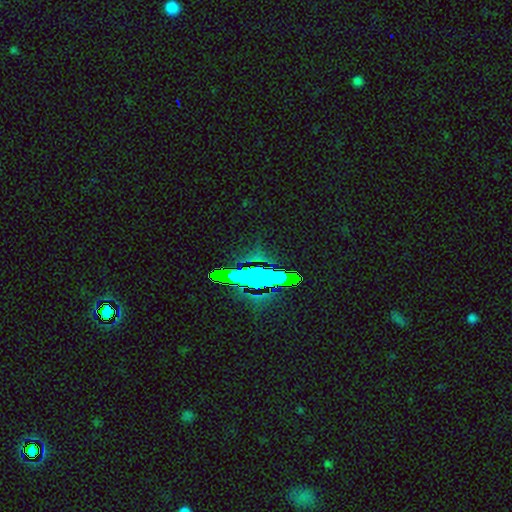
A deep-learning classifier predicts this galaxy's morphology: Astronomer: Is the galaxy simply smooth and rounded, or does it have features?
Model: star or artifact — 75%.